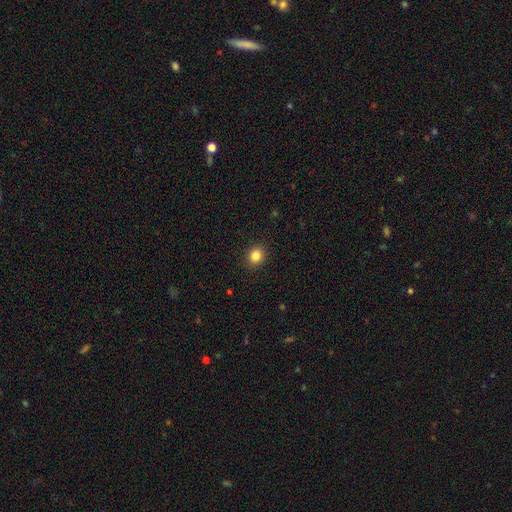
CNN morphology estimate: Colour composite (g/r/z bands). It shows a smooth galaxy with no disk features (84%) that is round (73%). Merging: none (91%).